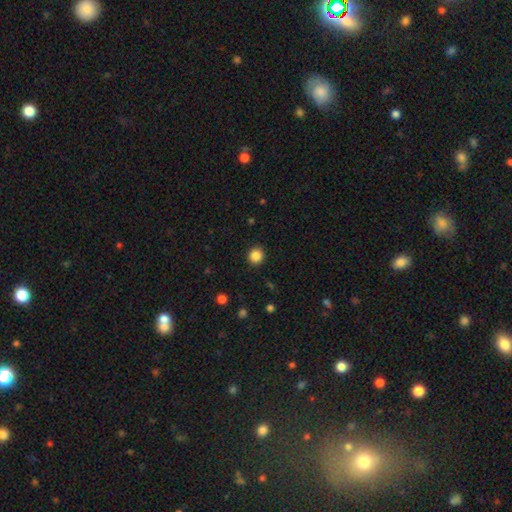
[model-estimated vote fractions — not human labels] smooth_or_featured: smooth (p=0.86) [alt: star or artifact p=0.11]
how_rounded: round (p=0.93) [alt: in between p=0.06]
merging: none (p=0.92) [alt: minor disturbance p=0.05]